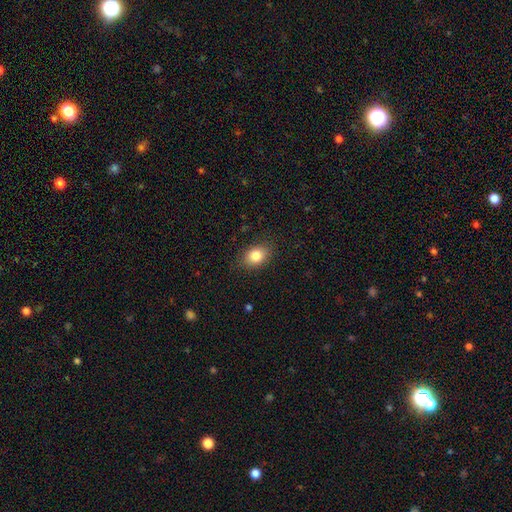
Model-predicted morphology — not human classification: A smooth galaxy with no disk features (84%) that is in between round and cigar-shaped (71%).

Vote fractions:
- Smooth or featured? smooth: 84% / star or artifact: 9% / featured or disk: 7%
- How rounded? in between: 71% / round: 28% / cigar-shaped: 1%
- Merging? none: 85% / minor disturbance: 11% / major disturbance: 3% / merger: 1%